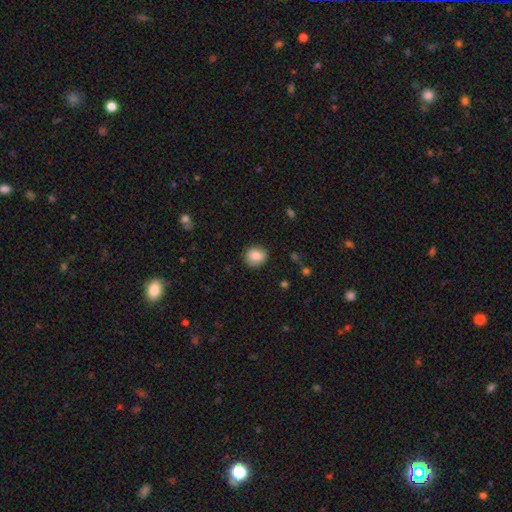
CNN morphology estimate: Overall: smooth (84%). How rounded: round (82%). Merging: none (85%).